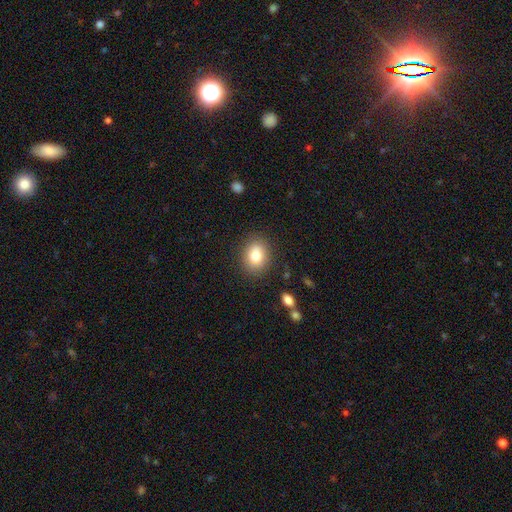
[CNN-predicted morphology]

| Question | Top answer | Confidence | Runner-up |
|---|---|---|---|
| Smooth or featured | smooth | 81% | star or artifact (9%) |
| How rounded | round | 50% | in between (49%) |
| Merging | none | 87% | minor disturbance (9%) |